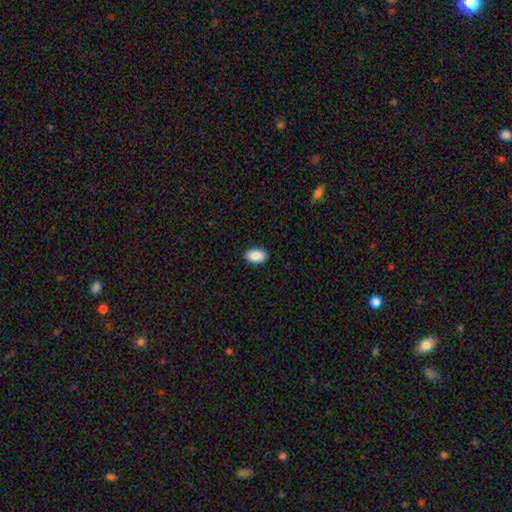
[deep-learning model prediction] This is clearly a smooth galaxy (90%). How rounded: clearly in between (94%). Merging: clearly none (90%).